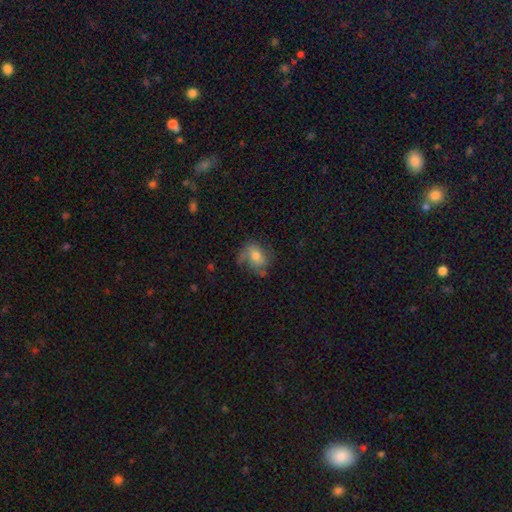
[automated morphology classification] Q: Smooth or featured?
A: featured or disk (47%); runner-up: smooth (43%)
Q: Merging?
A: none (53%); runner-up: minor disturbance (26%)